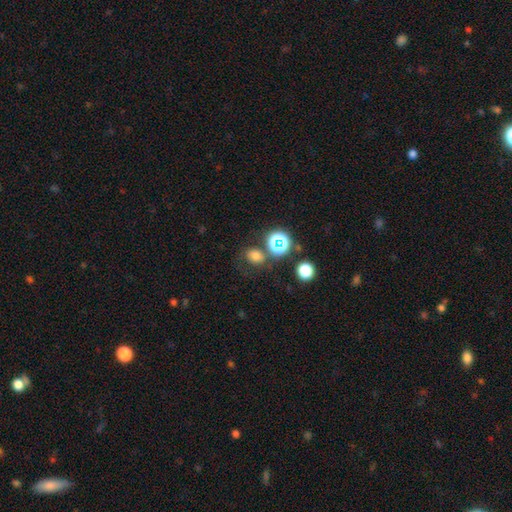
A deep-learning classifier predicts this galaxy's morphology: Smooth or featured? smooth (67%)
How rounded? round (51%)
Merging? none (64%)